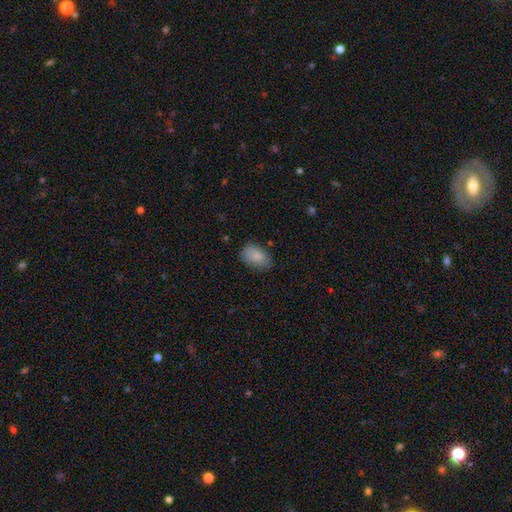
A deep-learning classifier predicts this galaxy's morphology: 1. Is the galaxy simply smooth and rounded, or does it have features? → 86% smooth, 7% star or artifact, 6% featured or disk.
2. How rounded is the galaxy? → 89% in between, 9% round, 1% cigar-shaped.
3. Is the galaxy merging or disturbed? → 75% none, 19% minor disturbance, 4% major disturbance, 1% merger.